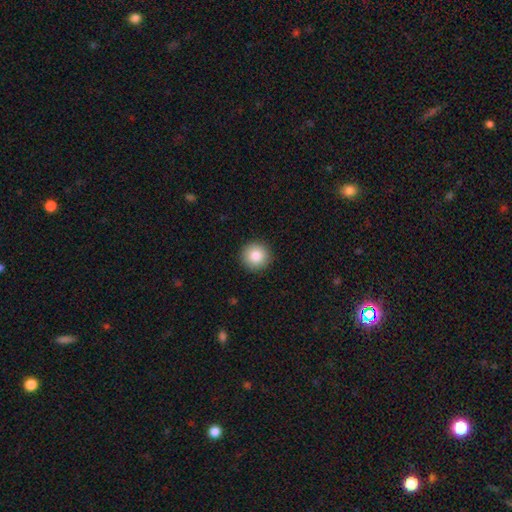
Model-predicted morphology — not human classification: Smooth or featured? Predicted: smooth (p=0.86). How rounded? Predicted: round (p=0.95). Merging? Predicted: none (p=0.92).